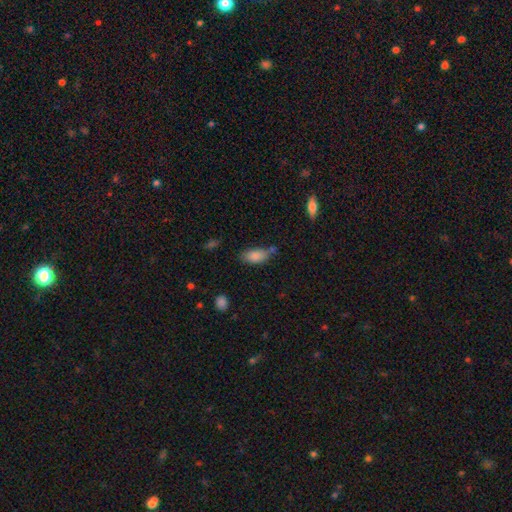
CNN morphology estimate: Smooth or featured? smooth (84%)
How rounded? in between (89%)
Merging? none (61%)